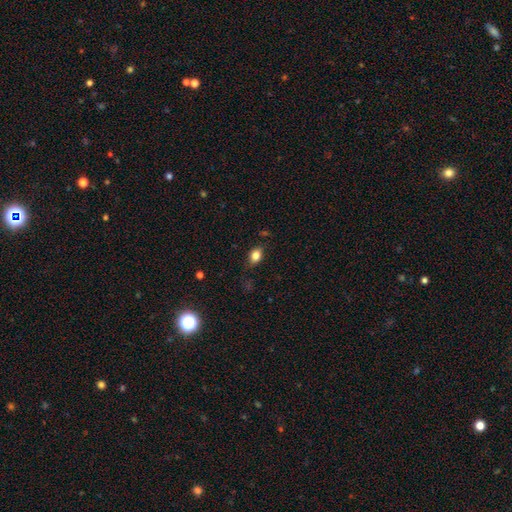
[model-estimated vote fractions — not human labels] smooth 81%, star or artifact 10%, featured or disk 8%. Down the decision tree: how rounded — in between (74%); merging — none (78%).